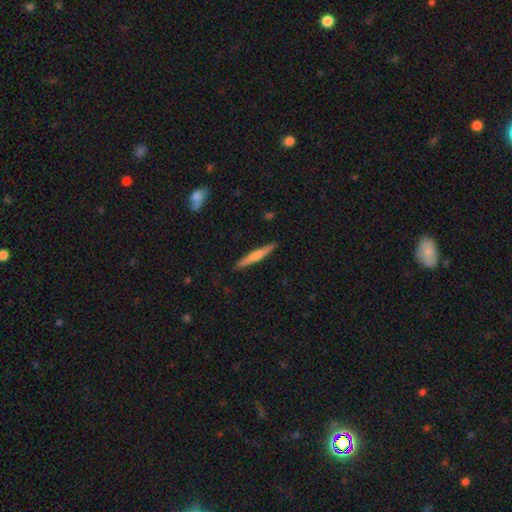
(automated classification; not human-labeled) Q: Smooth or featured?
A: smooth (58%); runner-up: featured or disk (37%)
Q: How rounded?
A: cigar-shaped (95%); runner-up: in between (4%)
Q: Merging?
A: none (90%); runner-up: minor disturbance (7%)